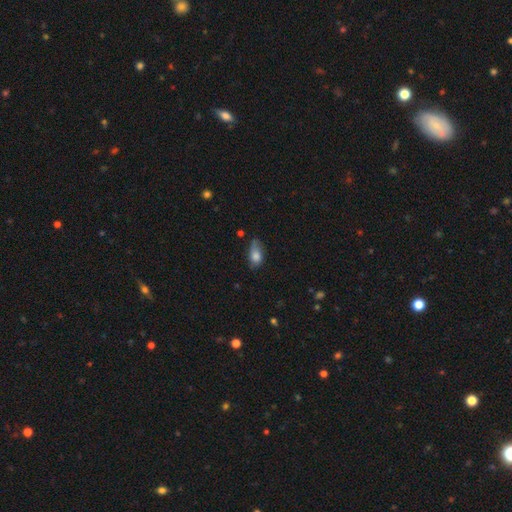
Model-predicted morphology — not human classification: Smooth or featured?
  - smooth: 75% *
  - featured or disk: 16%
  - star or artifact: 8%
How rounded?
  - in between: 86% *
  - round: 9%
  - cigar-shaped: 6%
Merging?
  - none: 43% *
  - minor disturbance: 40%
  - major disturbance: 14%
  - merger: 3%